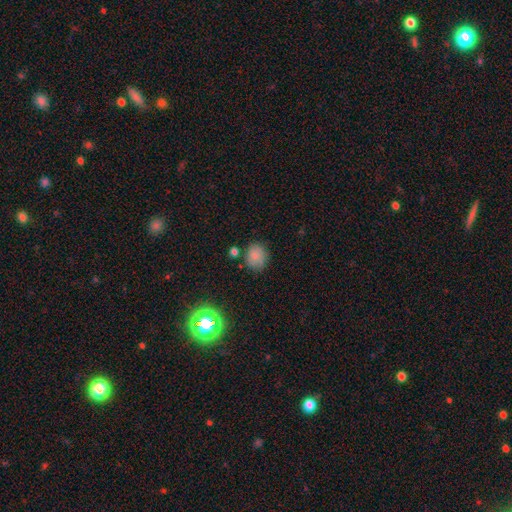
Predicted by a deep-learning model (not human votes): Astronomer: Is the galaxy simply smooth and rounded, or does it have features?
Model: smooth — 81%.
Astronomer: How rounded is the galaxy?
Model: round — 73%.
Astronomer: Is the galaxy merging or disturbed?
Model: none — 74%.